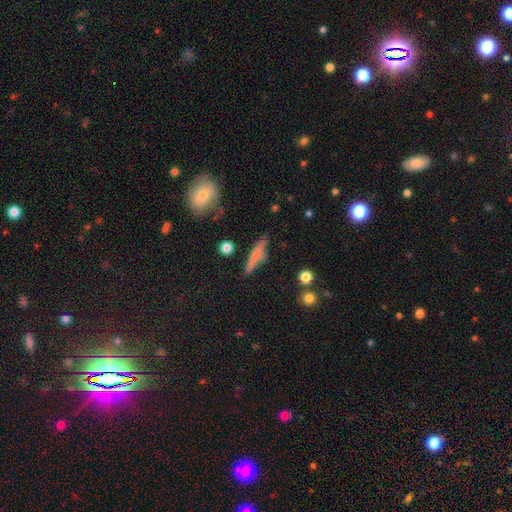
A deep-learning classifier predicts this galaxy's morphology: Overall: smooth (51%; featured or disk 40%). How rounded: cigar-shaped (84%). Merging: none (70%).